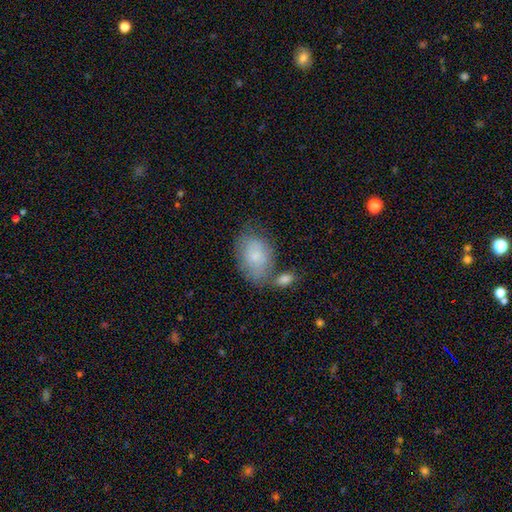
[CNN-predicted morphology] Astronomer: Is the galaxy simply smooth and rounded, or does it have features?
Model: smooth — 74%.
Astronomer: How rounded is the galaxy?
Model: in between — 82%.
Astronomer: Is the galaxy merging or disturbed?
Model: none — 48% (runner-up: minor disturbance, 23%).